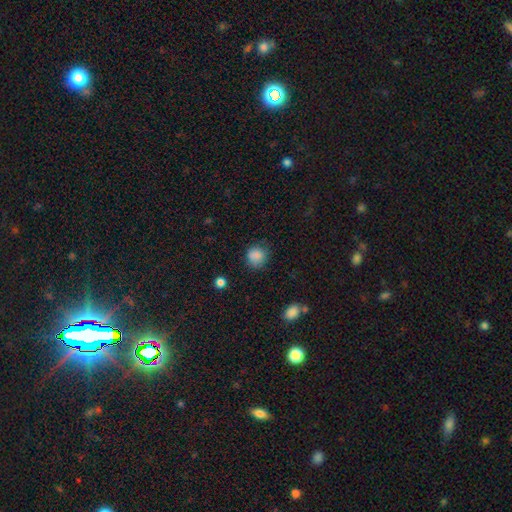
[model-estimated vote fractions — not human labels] Q: Smooth or featured?
A: smooth (84%); runner-up: star or artifact (11%)
Q: How rounded?
A: round (83%); runner-up: in between (16%)
Q: Merging?
A: none (70%); runner-up: minor disturbance (22%)